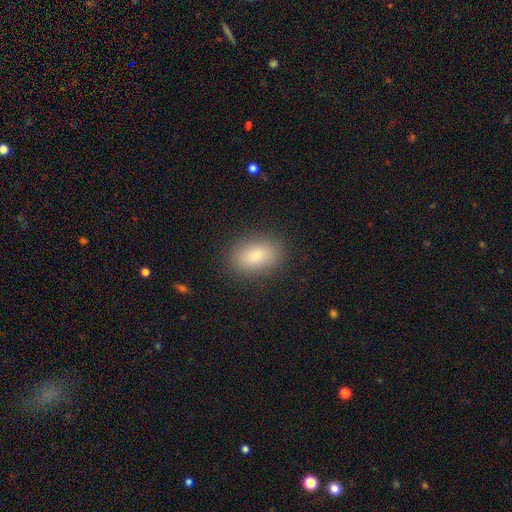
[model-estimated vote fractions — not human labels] This appears to be a smooth galaxy with no disk features (86%) that is in between round and cigar-shaped (86%). Merging: none (87%).